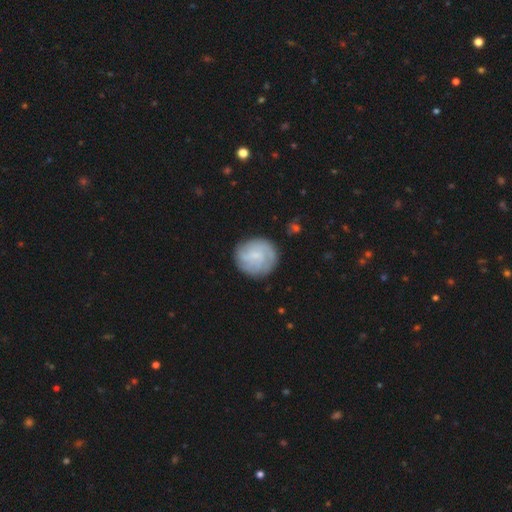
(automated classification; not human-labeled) Morphology: type=featured or disk (52%); edge-on=no (98%); bar=no (55%); spiral arms=yes (84%); bulge=small (51%); merging=none (80%).